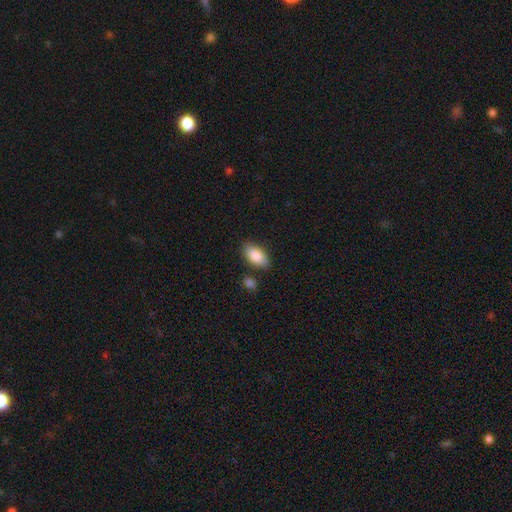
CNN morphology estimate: This is clearly a smooth galaxy (87%). How rounded: clearly in between (93%). Merging: likely none (79%).